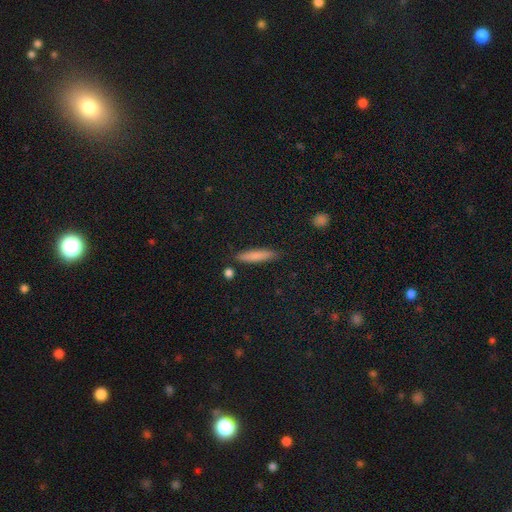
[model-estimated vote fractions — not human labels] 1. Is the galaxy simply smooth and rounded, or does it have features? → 78% smooth, 15% featured or disk, 8% star or artifact.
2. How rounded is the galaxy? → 88% cigar-shaped, 10% in between, 2% round.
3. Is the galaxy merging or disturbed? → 86% none, 9% minor disturbance, 3% merger, 2% major disturbance.